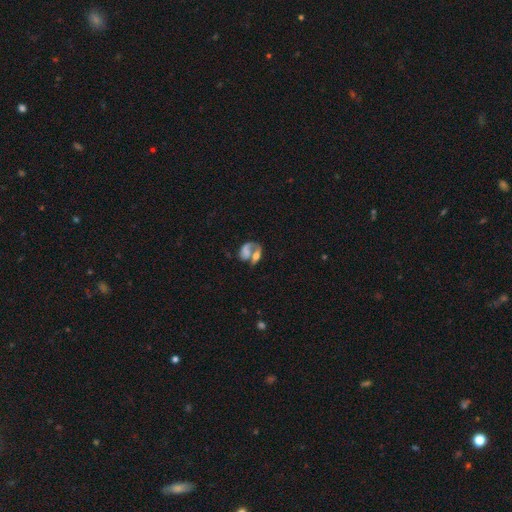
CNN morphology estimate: Overall: featured or disk (45%; smooth 44%). Merging: merger (58%; none 20%).